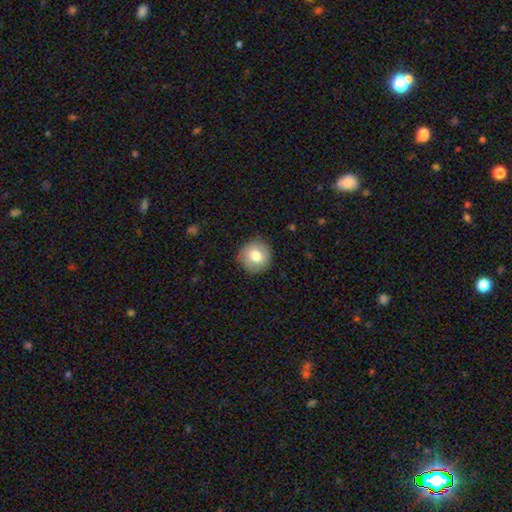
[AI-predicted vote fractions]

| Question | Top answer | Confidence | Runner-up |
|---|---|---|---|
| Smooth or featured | smooth | 77% | featured or disk (15%) |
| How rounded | round | 93% | in between (6%) |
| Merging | none | 89% | minor disturbance (8%) |